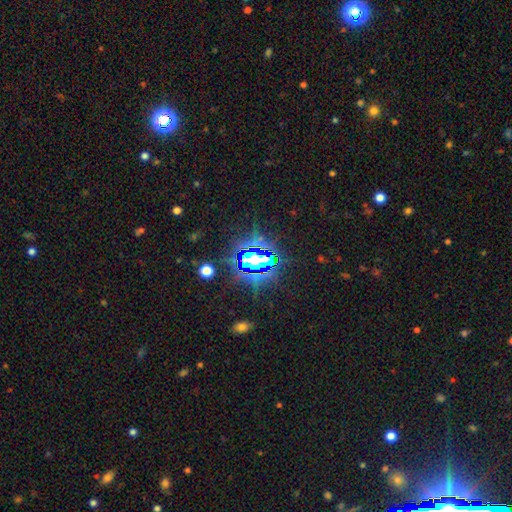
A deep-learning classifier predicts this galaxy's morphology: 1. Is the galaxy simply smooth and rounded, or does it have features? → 83% star or artifact, 10% smooth, 7% featured or disk.